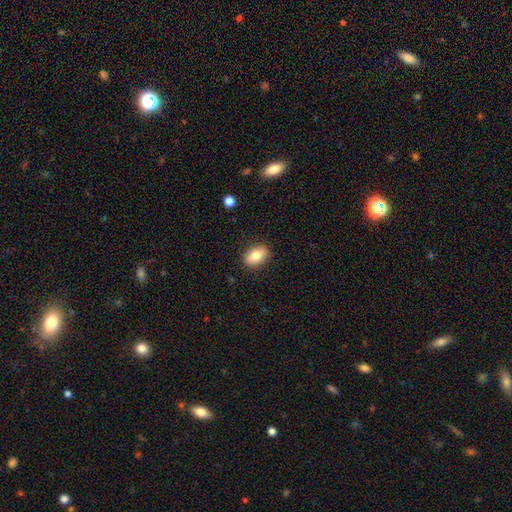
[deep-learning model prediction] This appears to be a smooth galaxy with no disk features (80%) that is in between round and cigar-shaped (82%). Merging: none (88%).